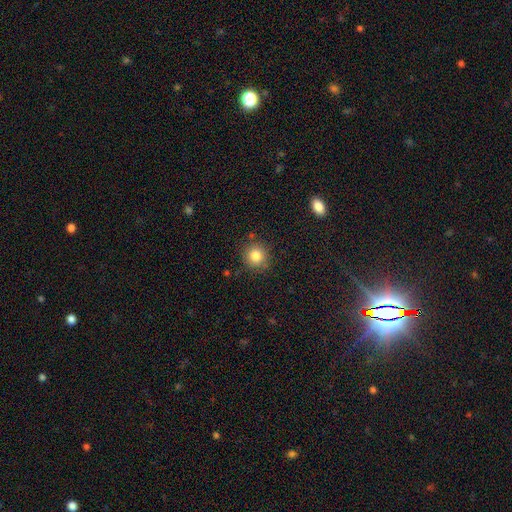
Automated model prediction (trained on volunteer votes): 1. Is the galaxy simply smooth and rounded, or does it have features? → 83% smooth, 11% star or artifact, 6% featured or disk.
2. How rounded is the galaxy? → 91% round, 8% in between, 1% cigar-shaped.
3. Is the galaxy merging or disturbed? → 85% none, 9% minor disturbance, 3% major disturbance, 3% merger.